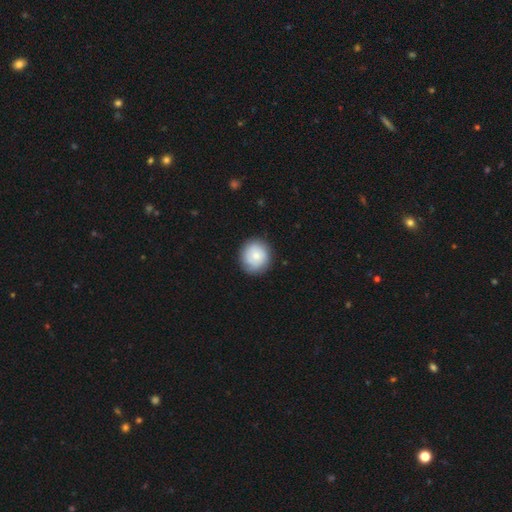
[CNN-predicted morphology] Smooth or featured: smooth — 70% (featured or disk — 22%)
How rounded: round — 88% (in between — 11%)
Merging: none — 85% (minor disturbance — 11%)